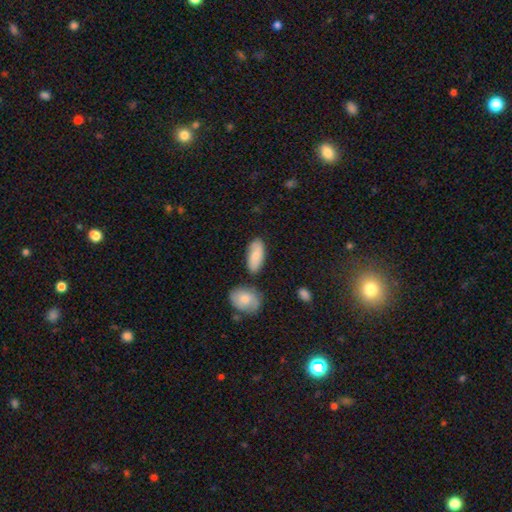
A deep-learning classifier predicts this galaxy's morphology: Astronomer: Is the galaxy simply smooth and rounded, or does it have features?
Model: smooth — 74%.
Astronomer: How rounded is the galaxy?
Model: in between — 86%.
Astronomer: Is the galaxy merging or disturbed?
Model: none — 71%.